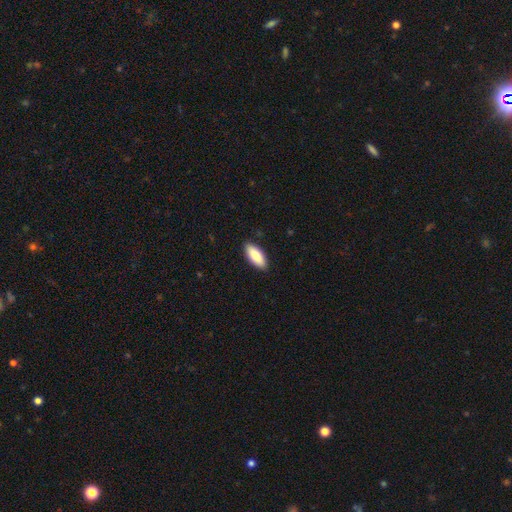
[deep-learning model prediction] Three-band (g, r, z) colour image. It shows a smooth galaxy with no disk features (85%) that is in between round and cigar-shaped (81%). Merging: none (89%).